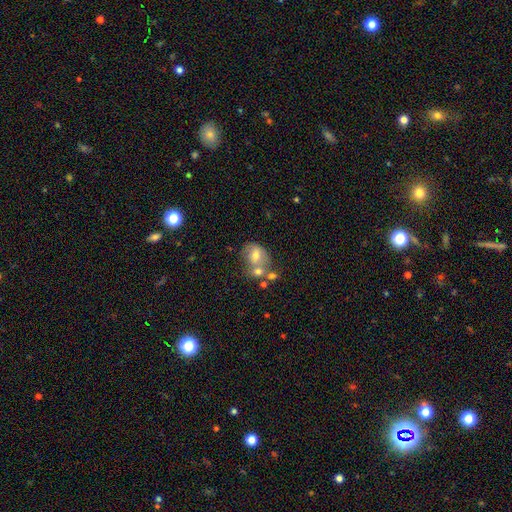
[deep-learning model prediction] Smooth or featured? Predicted: smooth (p=0.59). How rounded? Predicted: round (p=0.51). Merging? Predicted: merger (p=0.41).